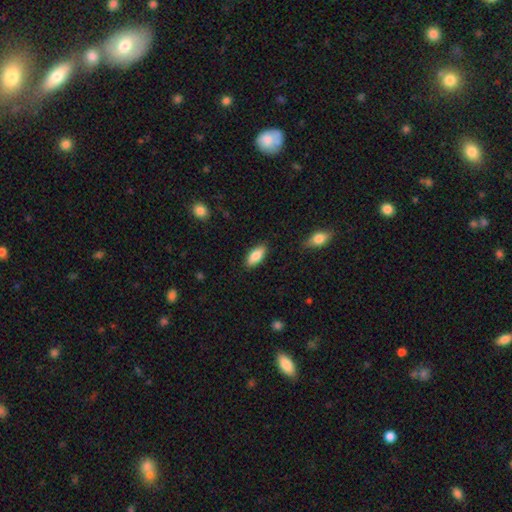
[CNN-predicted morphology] Overall: smooth (82%). How rounded: in between (84%). Merging: none (87%).